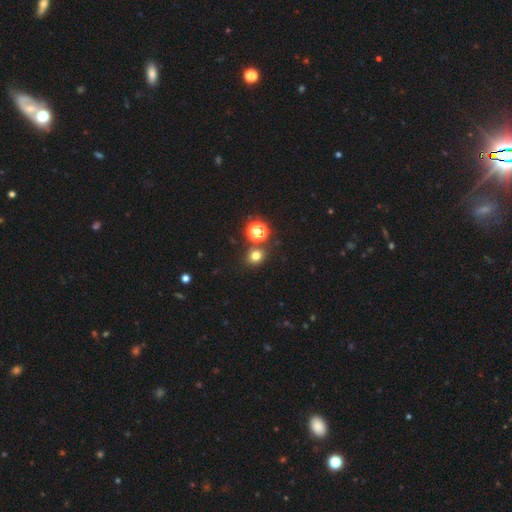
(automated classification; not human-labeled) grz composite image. It shows a smooth galaxy with no disk features (73%) that is round (74%). Merging: none (78%).